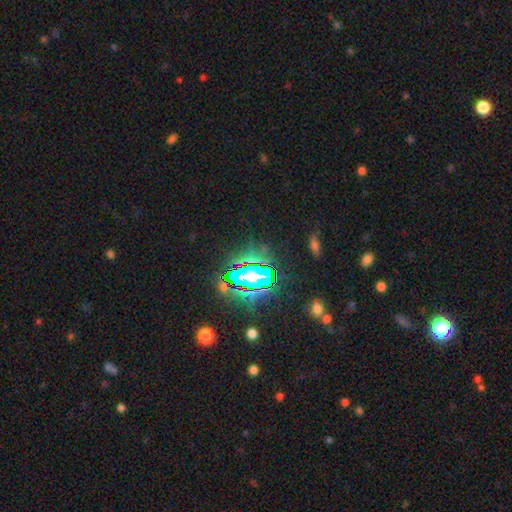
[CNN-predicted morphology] This is clearly a star or artifact rather than a galaxy (82%).